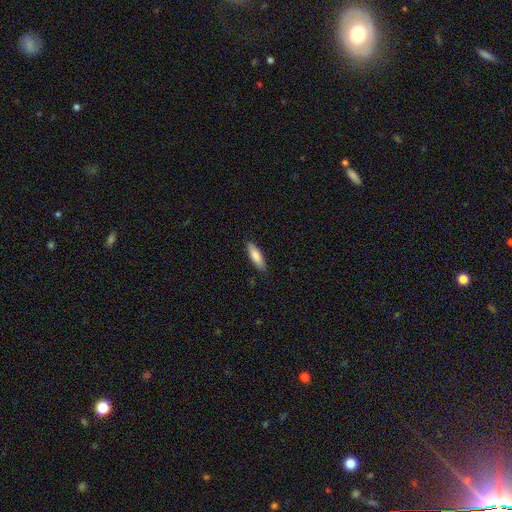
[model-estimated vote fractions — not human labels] Smooth or featured?
  - smooth: 83% *
  - featured or disk: 12%
  - star or artifact: 6%
How rounded?
  - cigar-shaped: 55% *
  - in between: 44%
  - round: 2%
Merging?
  - none: 87% *
  - minor disturbance: 10%
  - major disturbance: 2%
  - merger: 1%